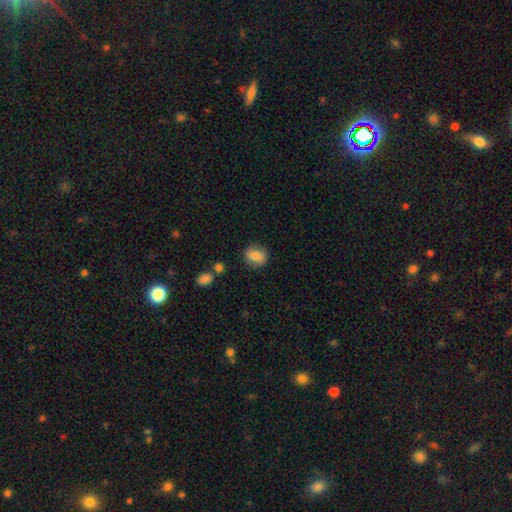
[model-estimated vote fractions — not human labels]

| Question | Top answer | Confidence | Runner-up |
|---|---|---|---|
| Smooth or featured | smooth | 79% | featured or disk (12%) |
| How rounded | round | 59% | in between (40%) |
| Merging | none | 82% | minor disturbance (12%) |